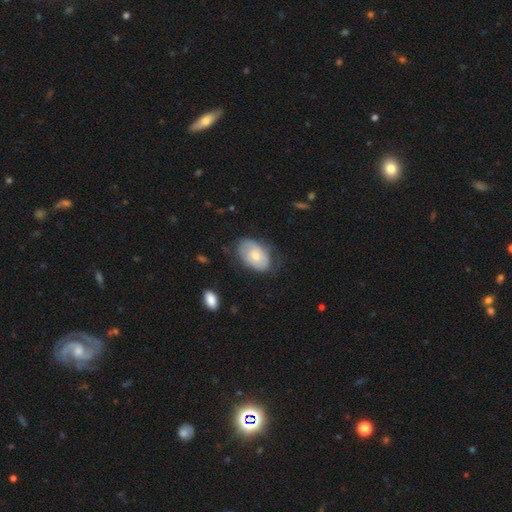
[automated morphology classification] A smooth galaxy with no disk features (60%) that is in between round and cigar-shaped (89%).

Vote fractions:
- Smooth or featured? smooth: 60% / featured or disk: 34% / star or artifact: 6%
- How rounded? in between: 89% / round: 10% / cigar-shaped: 1%
- Merging? none: 55% / minor disturbance: 30% / major disturbance: 13% / merger: 2%